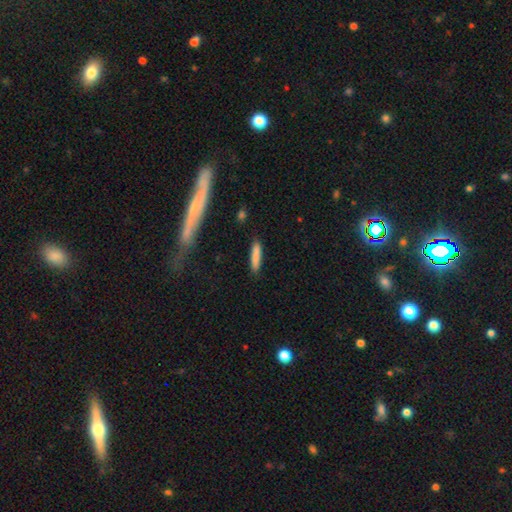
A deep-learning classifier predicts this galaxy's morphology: The model was most divided on "how rounded": cigar-shaped: 82%, in between: 16%, round: 1%. More confident: merging — none (86%); smooth or featured — smooth (85%).